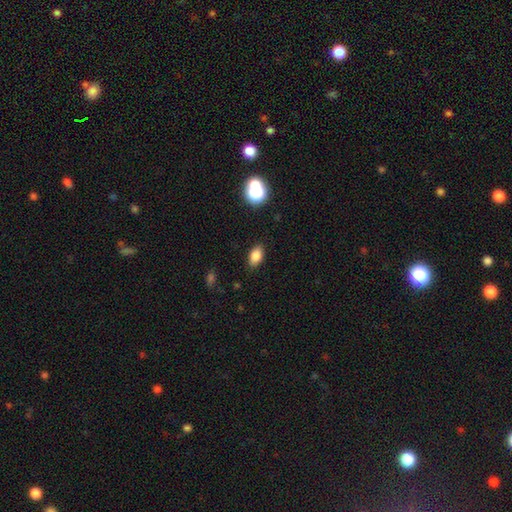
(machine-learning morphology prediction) Overall: smooth (83%). How rounded: in between (88%). Merging: none (86%).